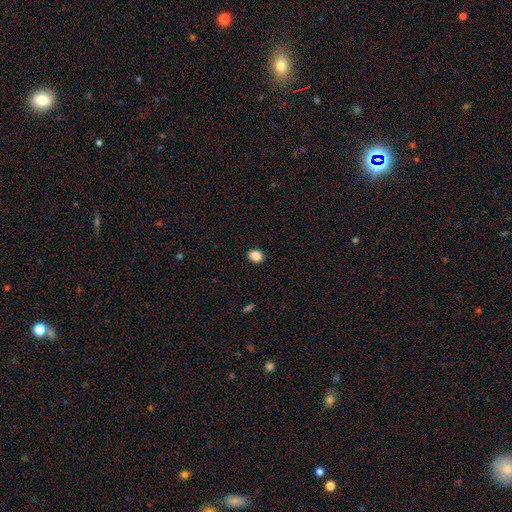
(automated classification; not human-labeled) Smooth or featured: smooth — 88% (star or artifact — 9%)
How rounded: round — 52% (in between — 47%)
Merging: none — 91% (minor disturbance — 6%)